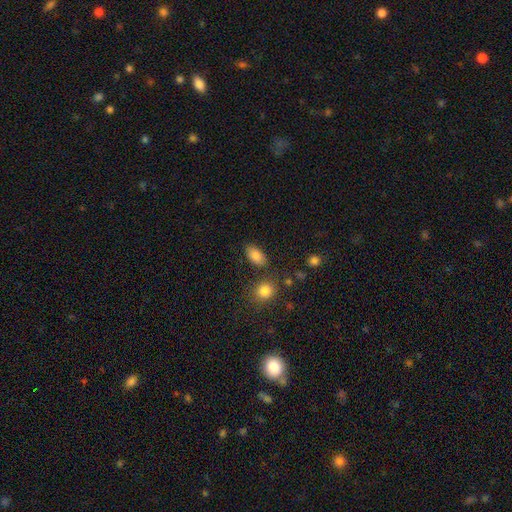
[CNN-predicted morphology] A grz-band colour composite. It shows a smooth galaxy with no disk features (85%) that is in between round and cigar-shaped (90%). Merging: none (79%).